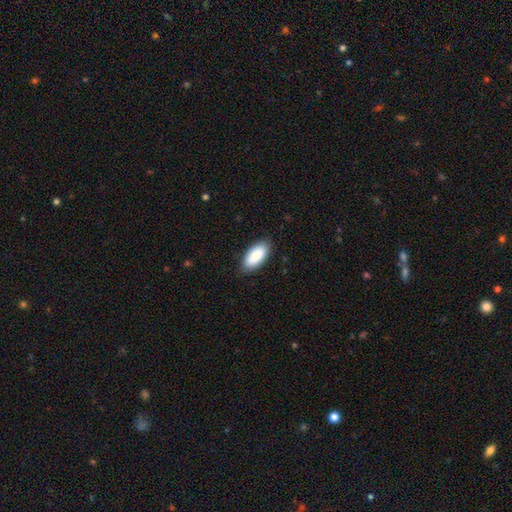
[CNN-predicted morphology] Q: Smooth or featured?
A: smooth (87%); runner-up: featured or disk (7%)
Q: How rounded?
A: in between (92%); runner-up: cigar-shaped (6%)
Q: Merging?
A: none (86%); runner-up: minor disturbance (11%)